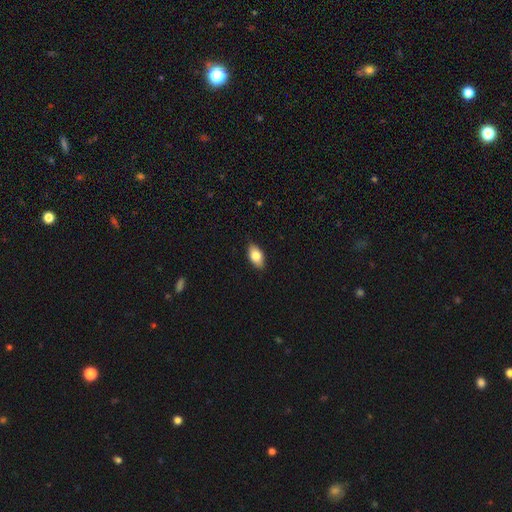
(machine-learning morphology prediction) A smooth galaxy with no disk features (81%) that is in between round and cigar-shaped (91%). Merging: none (85%).